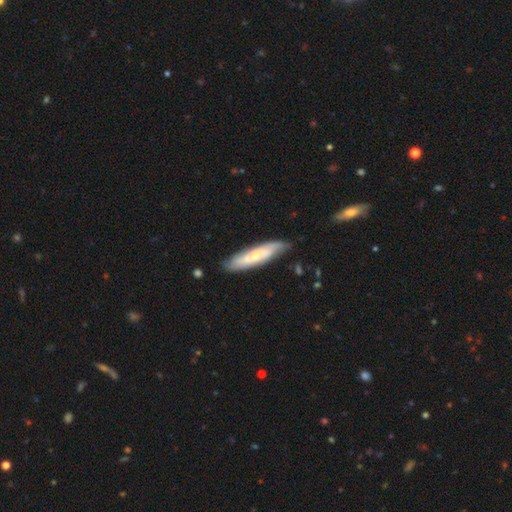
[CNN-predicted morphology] Overall: featured or disk (49%; smooth 45%). Merging: none (78%).